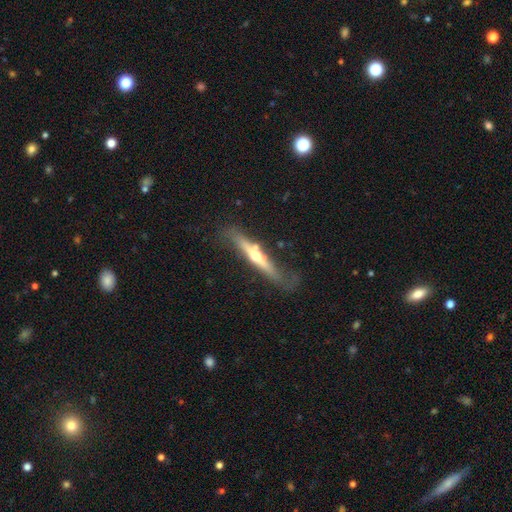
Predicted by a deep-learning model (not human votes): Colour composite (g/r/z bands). It shows a featured or disk galaxy (66%) viewed edge-on (93%) with a rounded central bulge (87%). Merging: none (67%).